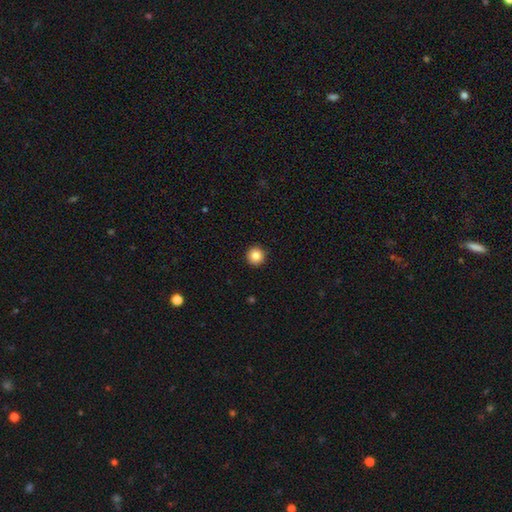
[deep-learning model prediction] Overall: smooth (84%). How rounded: round (96%). Merging: none (93%).